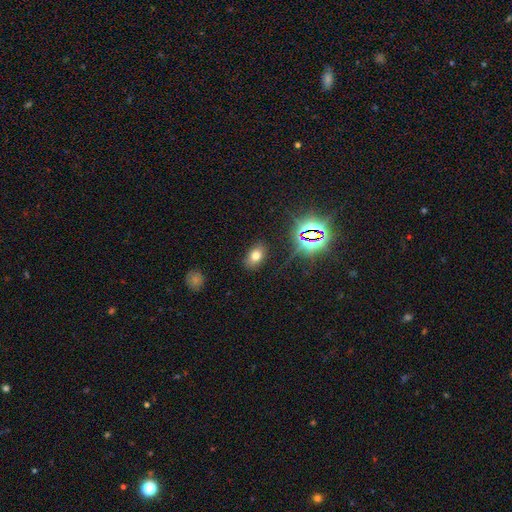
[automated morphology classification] A smooth galaxy with no disk features (67%) that is in between round and cigar-shaped (86%).

Vote fractions:
- Smooth or featured? smooth: 67% / star or artifact: 21% / featured or disk: 11%
- How rounded? in between: 86% / round: 12% / cigar-shaped: 2%
- Merging? none: 85% / minor disturbance: 10% / major disturbance: 3% / merger: 2%